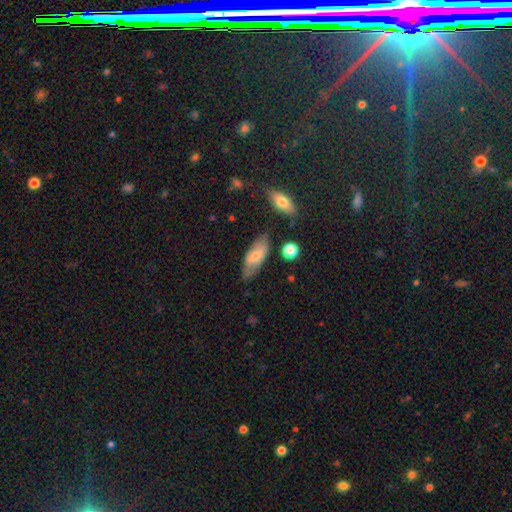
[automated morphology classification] Smooth or featured?
  - smooth: 60% *
  - featured or disk: 34%
  - star or artifact: 7%
How rounded?
  - in between: 80% *
  - cigar-shaped: 17%
  - round: 3%
Merging?
  - none: 66% *
  - minor disturbance: 23%
  - major disturbance: 6%
  - merger: 4%